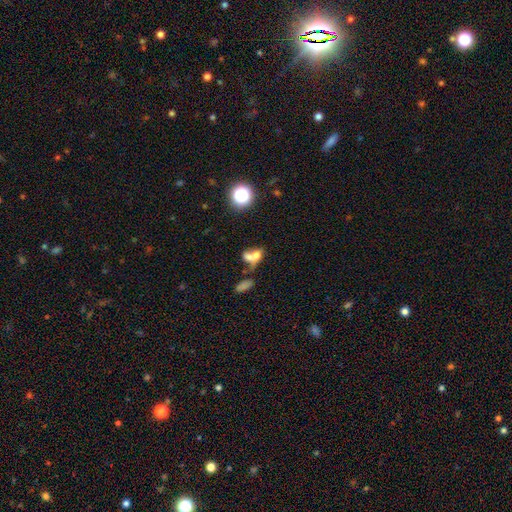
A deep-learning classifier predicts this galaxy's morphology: Smooth or featured: smooth — 63% (featured or disk — 23%)
How rounded: in between — 64% (round — 32%)
Merging: merger — 66% (none — 19%)